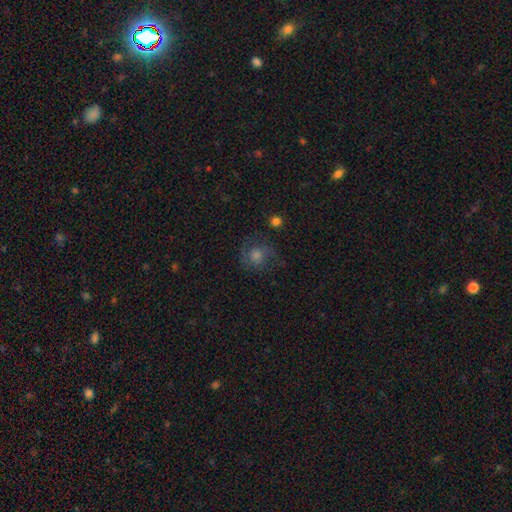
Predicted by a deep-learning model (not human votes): This is marginally a smooth galaxy (43%). Merging: likely none (68%).